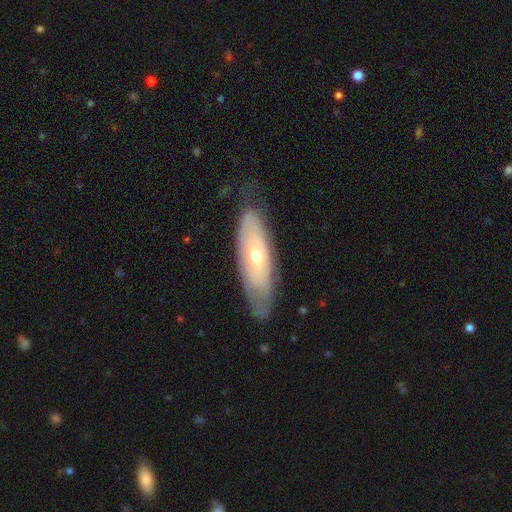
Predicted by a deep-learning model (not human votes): Q: Smooth or featured?
A: featured or disk (56%); runner-up: smooth (37%)
Q: Edge-on disk?
A: no (70%); runner-up: yes (30%)
Q: Merging?
A: none (70%); runner-up: minor disturbance (22%)